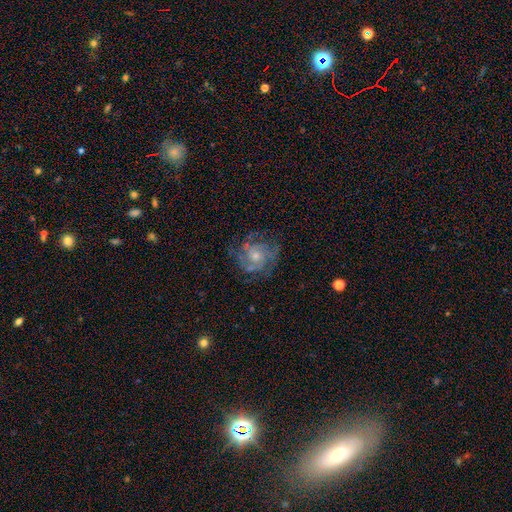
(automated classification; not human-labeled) Smooth or featured? Predicted: featured or disk (p=0.76). Edge-on disk? Predicted: no (p=0.98). Bar? Predicted: no (p=0.77). Spiral arms? Predicted: yes (p=0.89). Spiral winding? Predicted: tight (p=0.53). Spiral arm count? Predicted: can't tell (p=0.32). Bulge size? Predicted: small (p=0.49). Merging? Predicted: none (p=0.71).